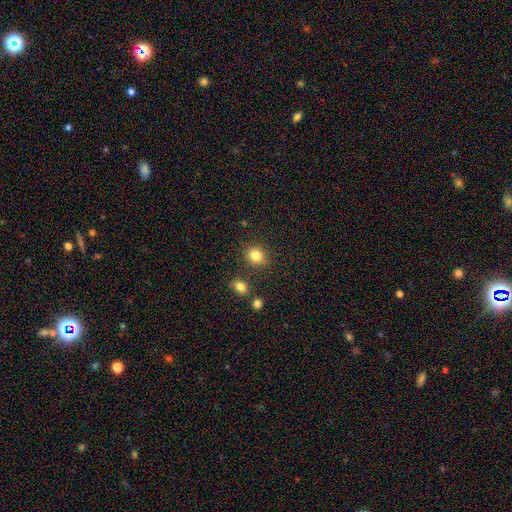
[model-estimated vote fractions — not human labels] Q: Smooth or featured?
A: smooth (82%); runner-up: star or artifact (11%)
Q: How rounded?
A: round (72%); runner-up: in between (27%)
Q: Merging?
A: none (82%); runner-up: minor disturbance (10%)